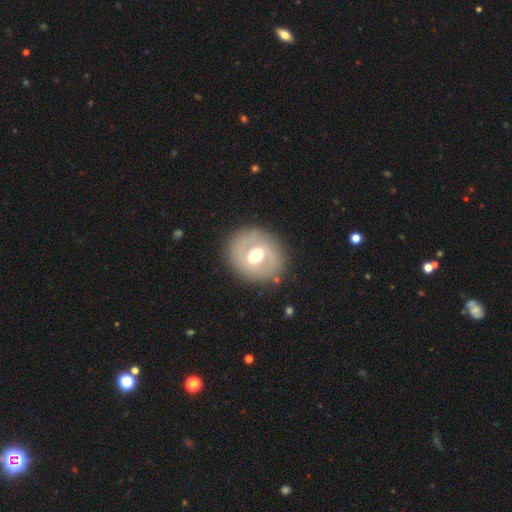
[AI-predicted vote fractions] A smooth galaxy with no disk features (46%, tied with featured or disk).

Vote fractions:
- Smooth or featured? smooth: 46% (tied) / featured or disk: 46% (tied) / star or artifact: 8%
- Merging? none: 83% / minor disturbance: 10% / major disturbance: 5% / merger: 2%